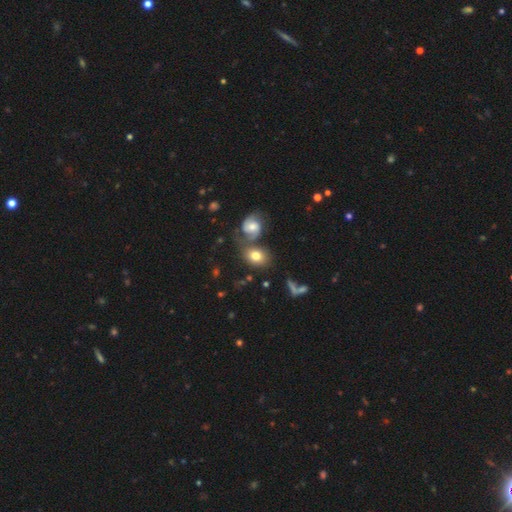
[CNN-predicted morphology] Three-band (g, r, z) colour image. It shows a smooth galaxy with no disk features (71%) that is in between round and cigar-shaped (55%). Merging: none (50%).